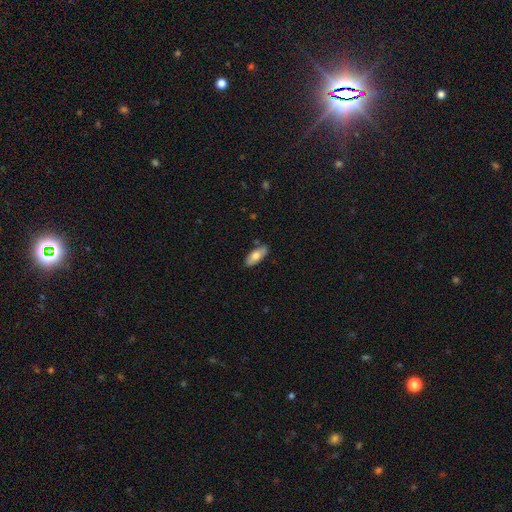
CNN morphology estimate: type=smooth (73%); roundness=in between (82%); merging=none (82%).